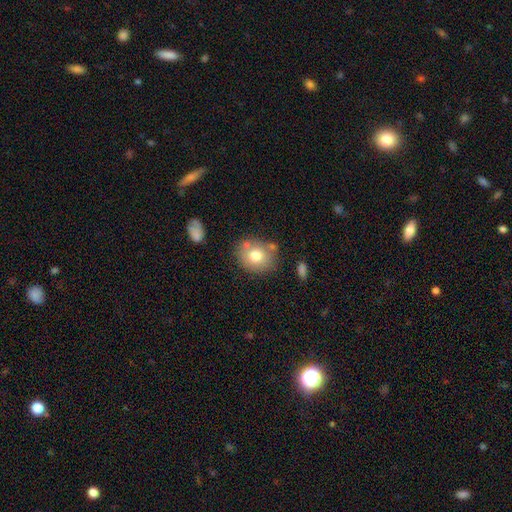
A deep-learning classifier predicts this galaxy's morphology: smooth 74%, featured or disk 16%, star or artifact 9%. Down the decision tree: how rounded — round (70%); merging — none (70%).